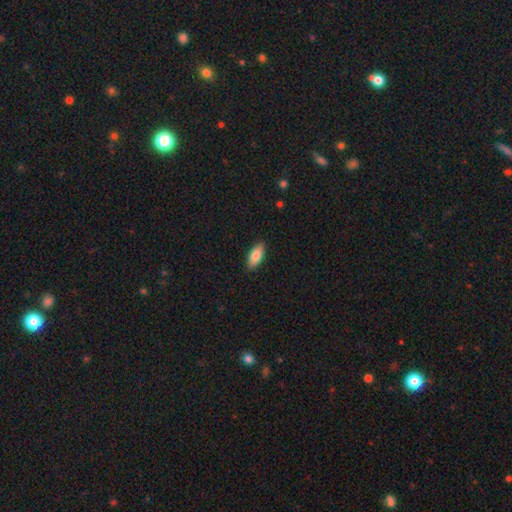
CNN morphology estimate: smooth_or_featured: smooth (p=0.81) [alt: featured or disk p=0.13]
how_rounded: in between (p=0.83) [alt: cigar-shaped p=0.15]
merging: none (p=0.89) [alt: minor disturbance p=0.08]